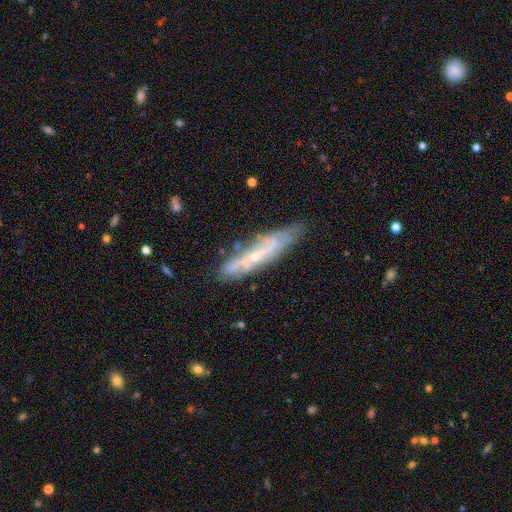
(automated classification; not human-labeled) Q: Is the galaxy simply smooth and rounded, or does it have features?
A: featured or disk — 69%.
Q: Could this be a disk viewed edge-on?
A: yes — 51%.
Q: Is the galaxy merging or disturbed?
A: none — 70%.